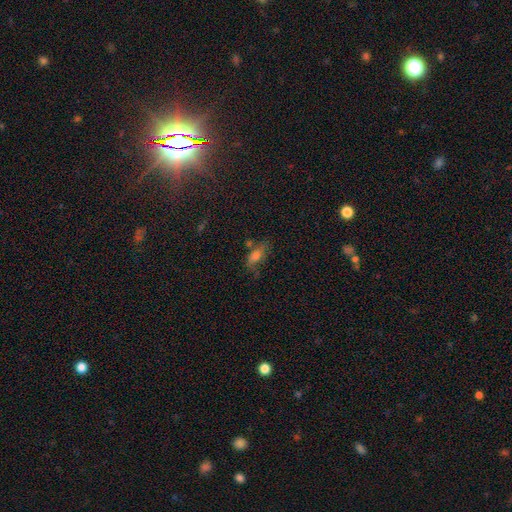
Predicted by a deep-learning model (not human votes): smooth 66%, featured or disk 18%, star or artifact 17%. Down the decision tree: how rounded — in between (78%); merging — none (50%).